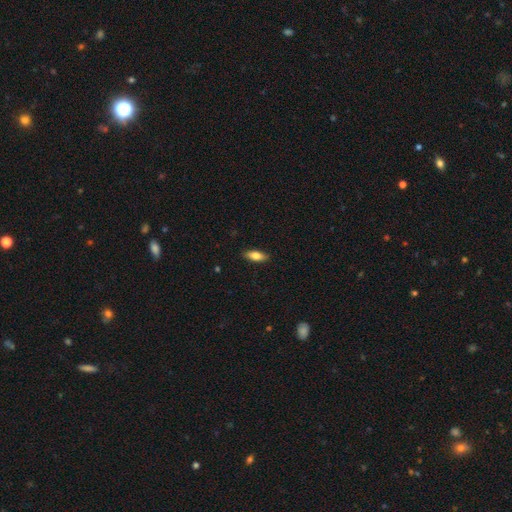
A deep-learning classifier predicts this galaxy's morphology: Q: Smooth or featured?
A: smooth (78%); runner-up: featured or disk (15%)
Q: How rounded?
A: in between (74%); runner-up: cigar-shaped (23%)
Q: Merging?
A: none (89%); runner-up: minor disturbance (8%)